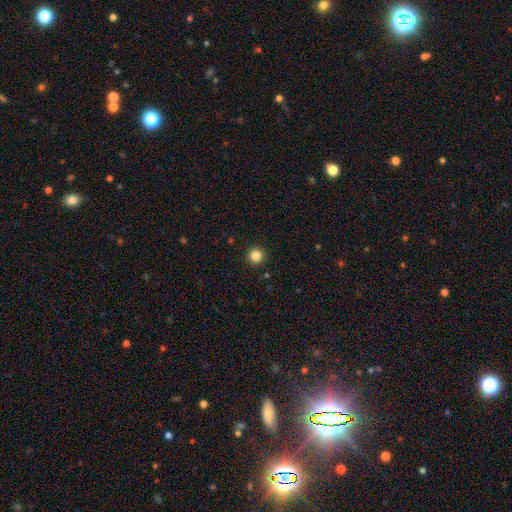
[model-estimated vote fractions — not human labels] A smooth galaxy with no disk features (84%) that is round (96%).

Vote fractions:
- Smooth or featured? smooth: 84% / star or artifact: 12% / featured or disk: 4%
- How rounded? round: 96% / in between: 3% / cigar-shaped: 1%
- Merging? none: 93% / minor disturbance: 4% / major disturbance: 2% / merger: 1%